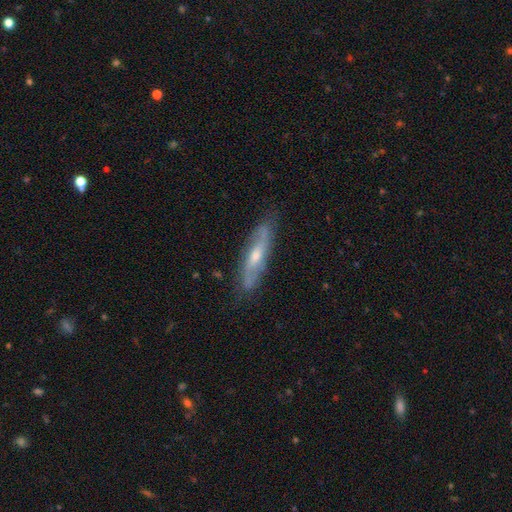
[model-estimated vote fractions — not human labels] featured or disk 71%, smooth 23%, star or artifact 7%. Down the decision tree: edge-on disk — no (61%); merging — none (81%).